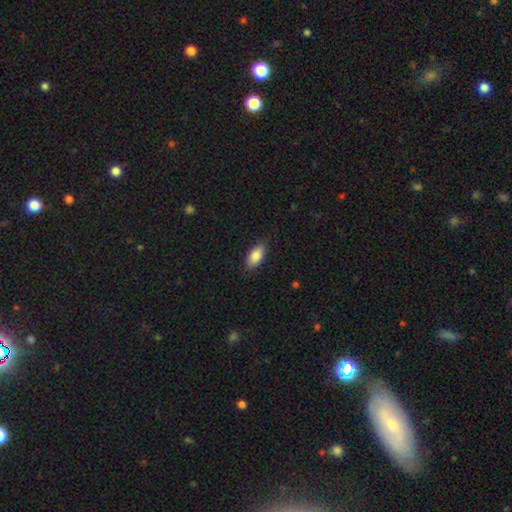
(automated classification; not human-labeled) Overall: smooth (87%). How rounded: in between (91%). Merging: none (85%).